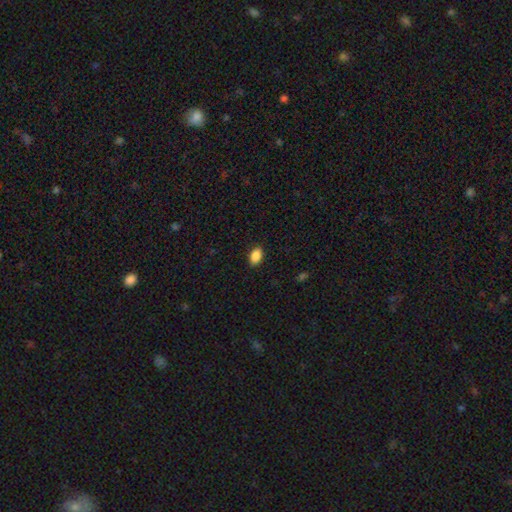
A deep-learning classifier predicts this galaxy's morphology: type=smooth (89%); roundness=in between (88%); merging=none (89%).